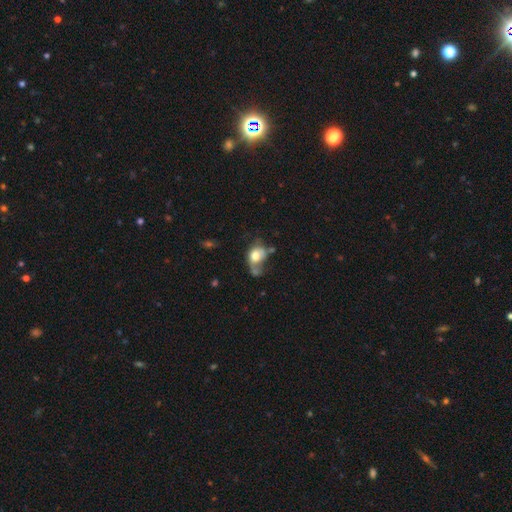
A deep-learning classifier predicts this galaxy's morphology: The model was most divided on "merging": major disturbance: 29%, none: 24%, minor disturbance: 24%, merger: 24%. More confident: smooth or featured — smooth (67%); how rounded — in between (60%).